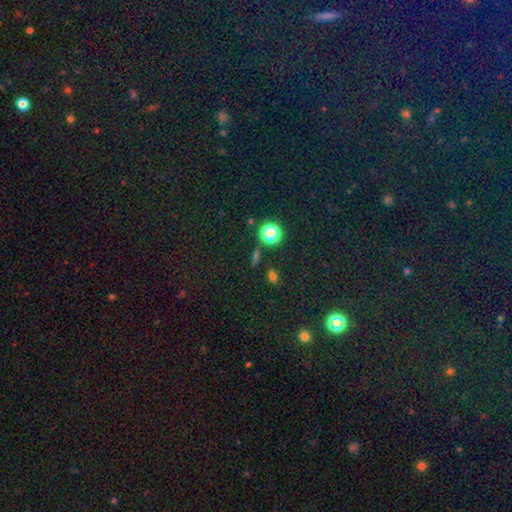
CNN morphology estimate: A smooth galaxy with no disk features (47%).

Vote fractions:
- Smooth or featured? smooth: 47% / star or artifact: 44% / featured or disk: 9%
- Merging? none: 79% / minor disturbance: 9% / merger: 7% / major disturbance: 5%